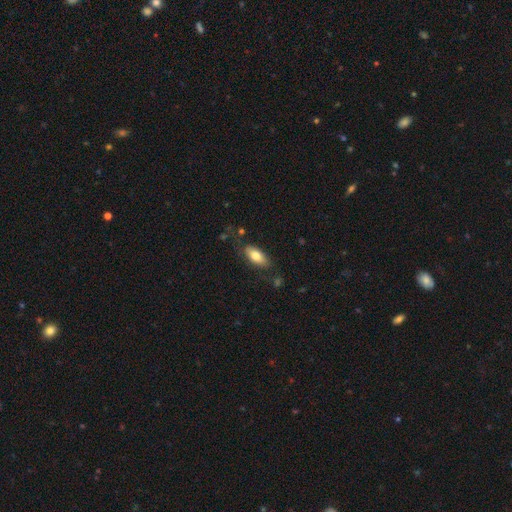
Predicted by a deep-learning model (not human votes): The model was most divided on "merging": none: 74%, minor disturbance: 18%, major disturbance: 5%, merger: 2%. More confident: how rounded — in between (86%); smooth or featured — smooth (76%).